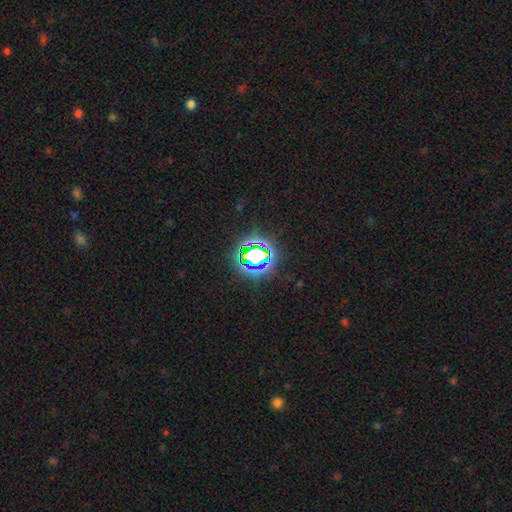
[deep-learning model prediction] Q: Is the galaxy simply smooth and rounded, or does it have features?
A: star or artifact — 63%.